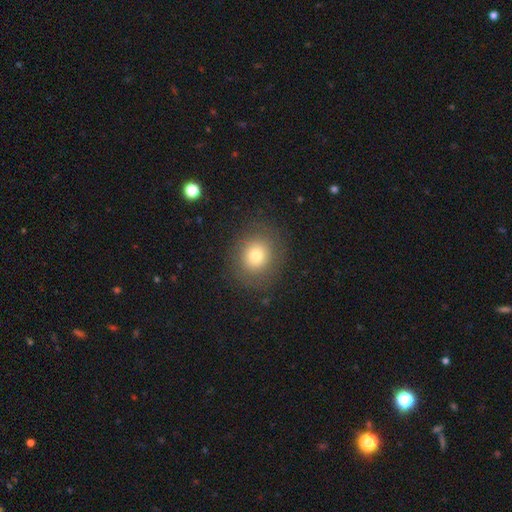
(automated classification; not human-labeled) This is likely a smooth galaxy (75%). How rounded: likely round (77%). Merging: clearly none (86%).